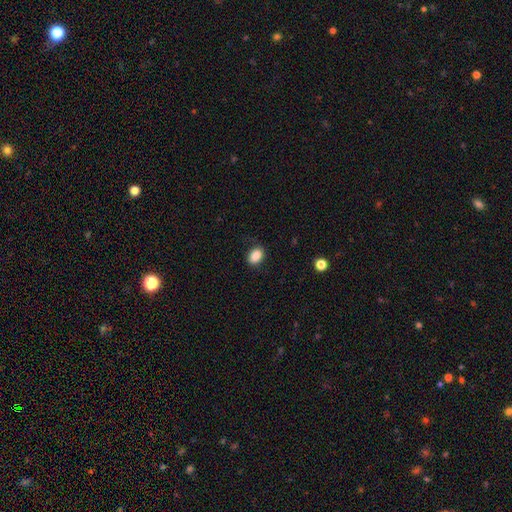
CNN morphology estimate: Smooth or featured: smooth — 87% (star or artifact — 9%)
How rounded: in between — 75% (round — 24%)
Merging: none — 81% (minor disturbance — 15%)